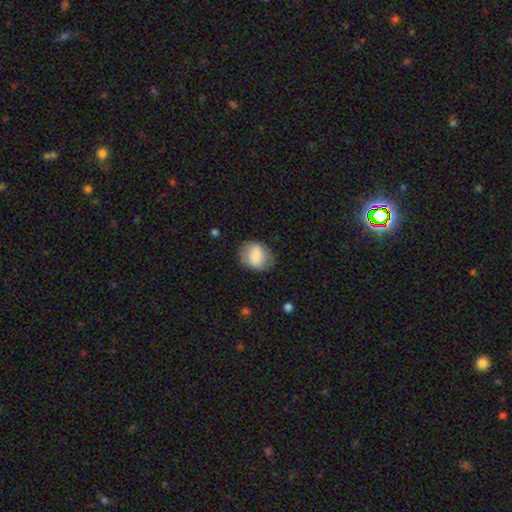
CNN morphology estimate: This is likely a smooth galaxy (79%). How rounded: possibly in between (54%). Merging: likely none (73%).